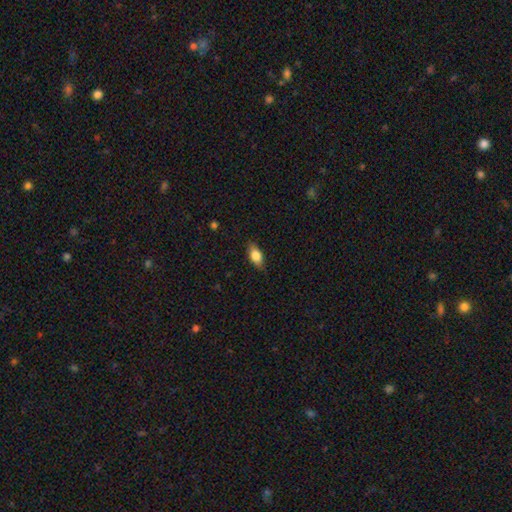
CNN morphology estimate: type=smooth (80%); roundness=in between (87%); merging=none (82%).